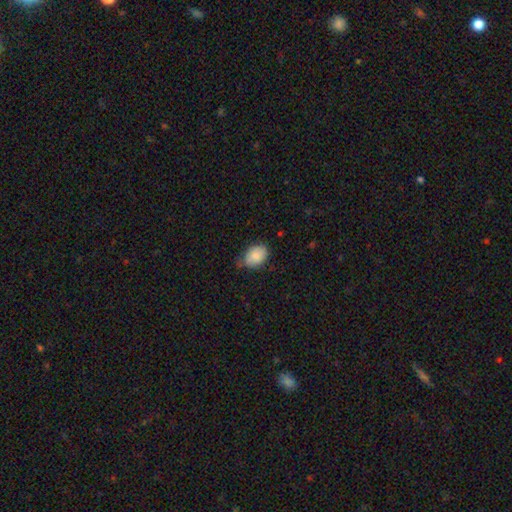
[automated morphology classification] Smooth or featured? smooth (80%)
How rounded? in between (77%)
Merging? none (57%)